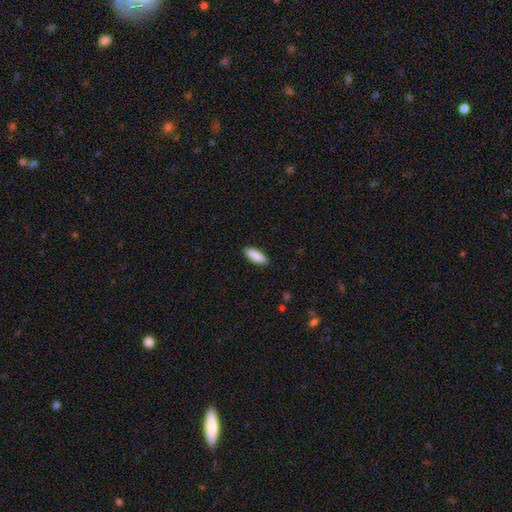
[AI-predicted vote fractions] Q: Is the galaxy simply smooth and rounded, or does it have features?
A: smooth — 90%.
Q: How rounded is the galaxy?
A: in between — 63%.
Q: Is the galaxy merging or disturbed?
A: none — 90%.